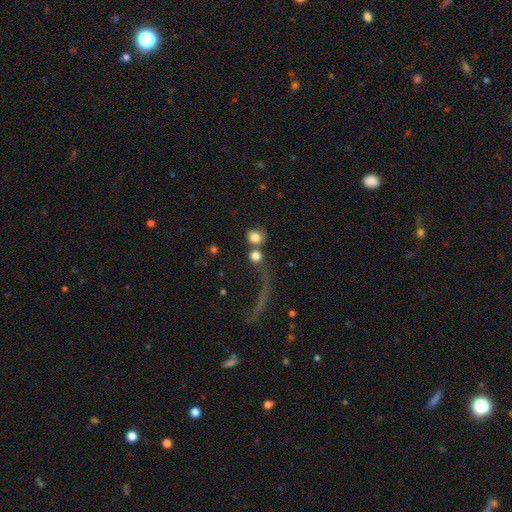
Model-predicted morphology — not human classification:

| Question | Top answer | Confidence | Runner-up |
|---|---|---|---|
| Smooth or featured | smooth | 77% | featured or disk (12%) |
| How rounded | round | 88% | in between (10%) |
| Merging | none | 49% | merger (32%) |